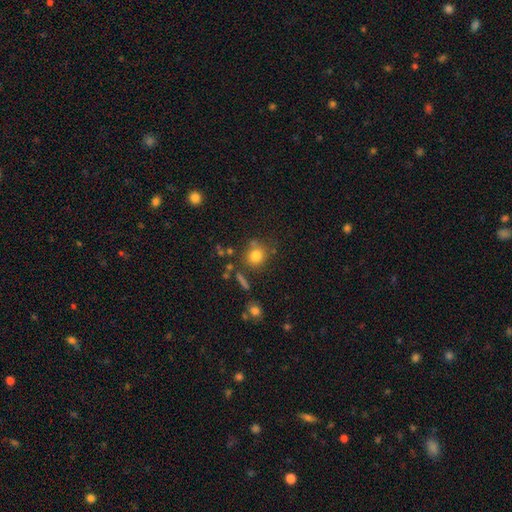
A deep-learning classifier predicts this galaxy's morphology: smooth_or_featured: smooth (p=0.80) [alt: star or artifact p=0.12]
how_rounded: round (p=0.82) [alt: in between p=0.17]
merging: none (p=0.71) [alt: minor disturbance p=0.14]